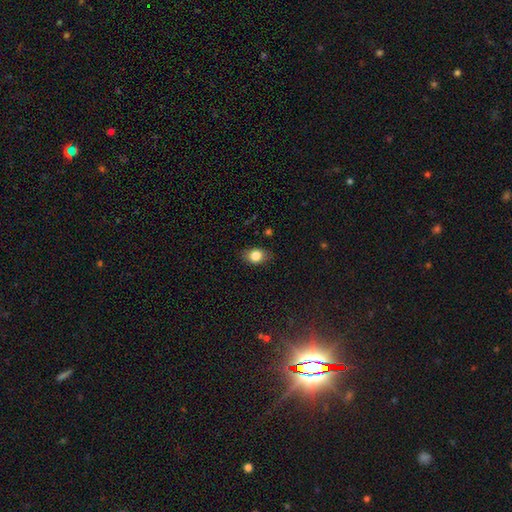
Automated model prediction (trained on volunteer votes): Morphology: type=smooth (82%); roundness=in between (67%); merging=none (83%).